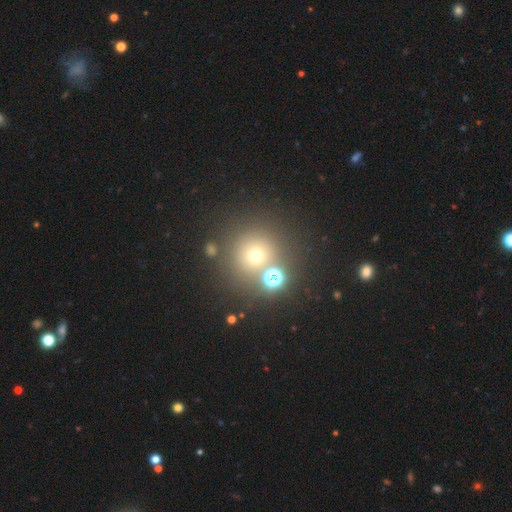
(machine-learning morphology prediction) Overall: smooth (60%; star or artifact 29%). How rounded: round (93%). Merging: none (73%).